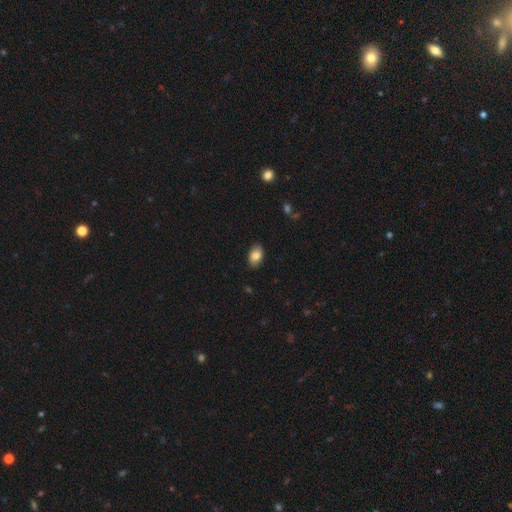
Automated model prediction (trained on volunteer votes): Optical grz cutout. It shows a smooth galaxy with no disk features (83%) that is in between round and cigar-shaped (89%). Merging: none (87%).